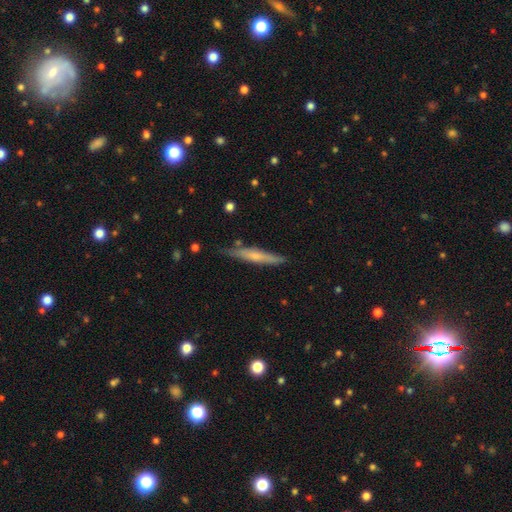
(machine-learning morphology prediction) smooth 49%, featured or disk 45%, star or artifact 6%. Down the decision tree: merging — none (80%).